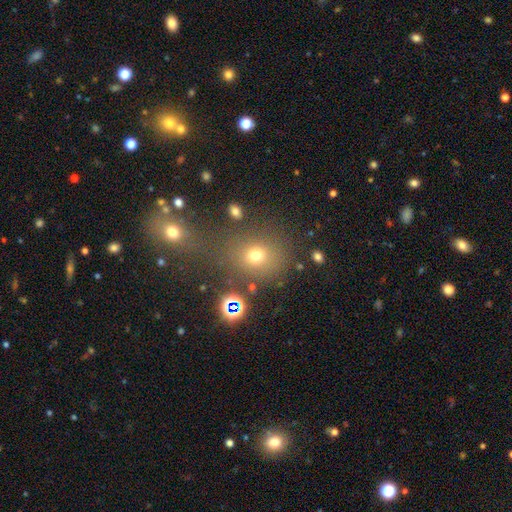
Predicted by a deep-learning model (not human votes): Smooth or featured? smooth (68%)
How rounded? round (68%)
Merging? none (69%)